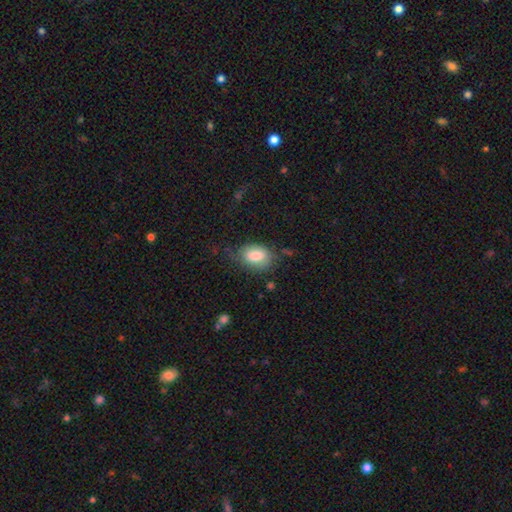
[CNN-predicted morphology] Smooth or featured? Predicted: smooth (p=0.81). How rounded? Predicted: in between (p=0.84). Merging? Predicted: none (p=0.63).